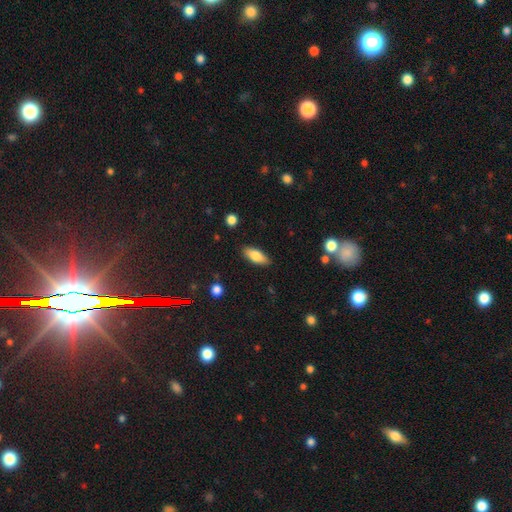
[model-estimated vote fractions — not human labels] Smooth or featured?
  - smooth: 79% *
  - featured or disk: 14%
  - star or artifact: 7%
How rounded?
  - in between: 78% *
  - cigar-shaped: 20%
  - round: 2%
Merging?
  - none: 87% *
  - minor disturbance: 10%
  - major disturbance: 2%
  - merger: 1%